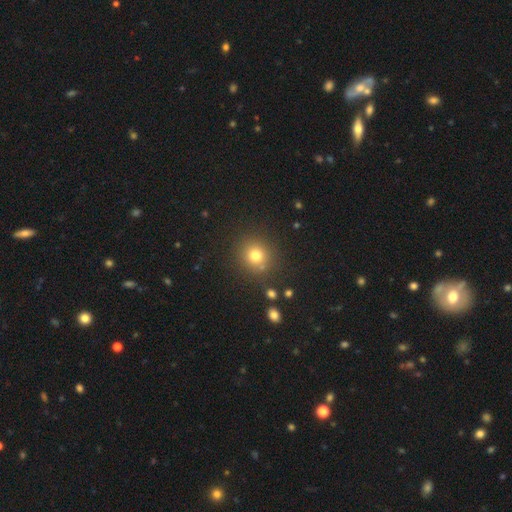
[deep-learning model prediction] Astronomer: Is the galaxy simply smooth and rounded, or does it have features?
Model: smooth — 76%.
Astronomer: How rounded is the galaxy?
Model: round — 89%.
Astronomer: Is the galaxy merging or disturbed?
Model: none — 83%.